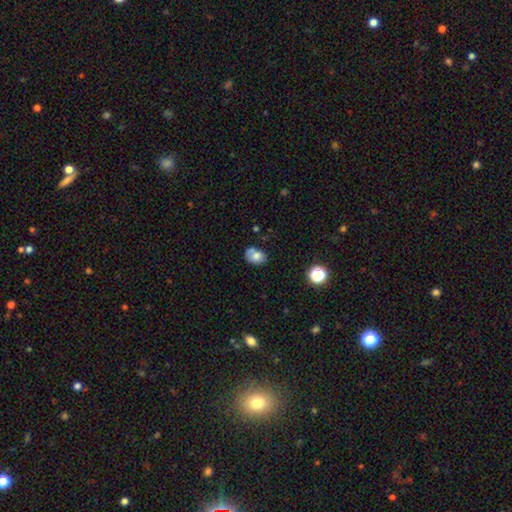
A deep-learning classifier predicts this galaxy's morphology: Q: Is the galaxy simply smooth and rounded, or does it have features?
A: smooth — 73%.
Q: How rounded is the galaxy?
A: in between — 73%.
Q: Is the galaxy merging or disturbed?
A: none — 49%.